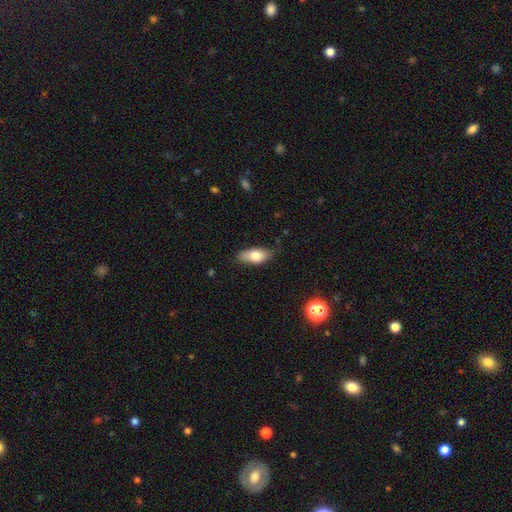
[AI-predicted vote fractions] Overall: smooth (76%). How rounded: in between (85%). Merging: none (70%).